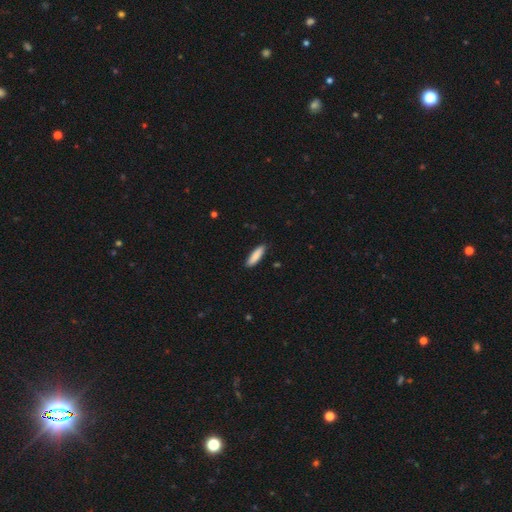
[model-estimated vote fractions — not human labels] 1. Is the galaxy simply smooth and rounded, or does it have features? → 88% smooth, 7% featured or disk, 6% star or artifact.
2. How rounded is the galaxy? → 65% cigar-shaped, 34% in between, 1% round.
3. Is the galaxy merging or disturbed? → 88% none, 9% minor disturbance, 2% major disturbance, 1% merger.